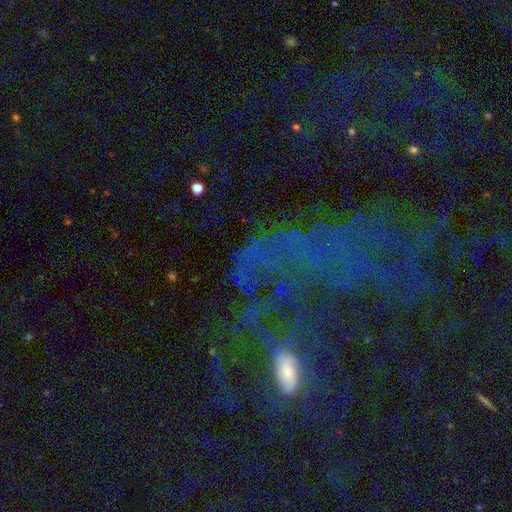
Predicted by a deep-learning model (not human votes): Overall: star or artifact (50%; featured or disk 29%).